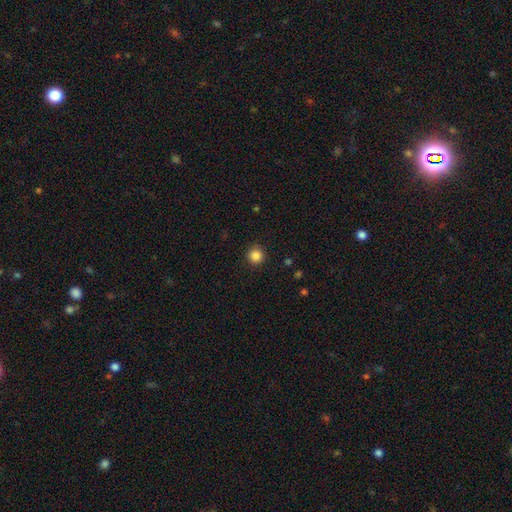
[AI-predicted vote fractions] The model was most divided on "smooth or featured": smooth: 86%, star or artifact: 11%, featured or disk: 3%. More confident: how rounded — round (95%); merging — none (91%).